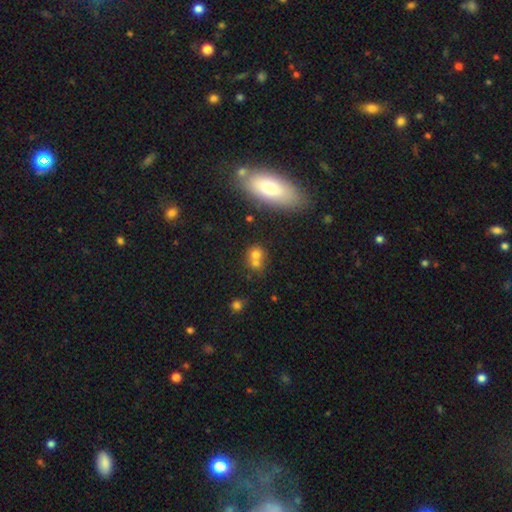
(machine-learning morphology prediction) Smooth or featured? smooth (70%)
How rounded? round (68%)
Merging? merger (45%)